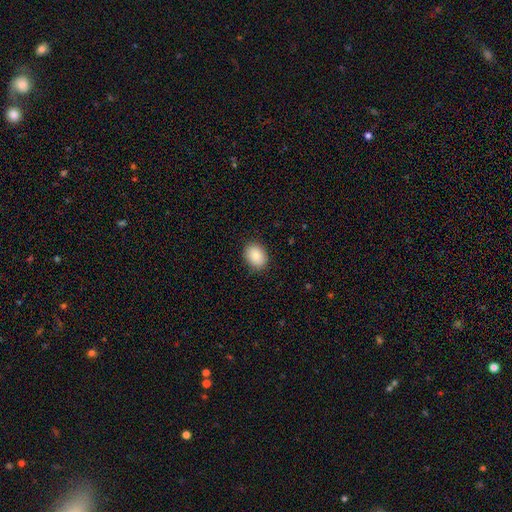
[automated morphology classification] type=smooth (88%); roundness=in between (69%); merging=none (86%).